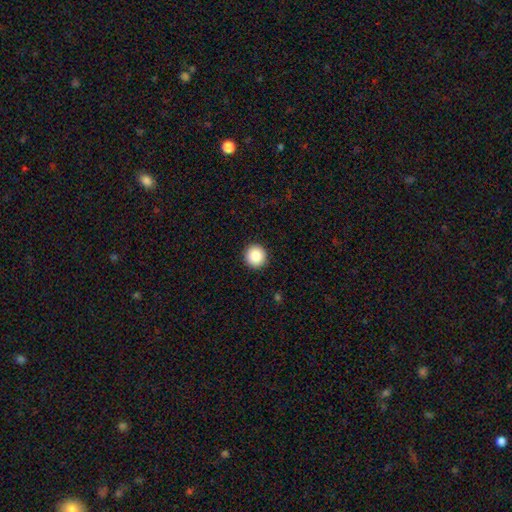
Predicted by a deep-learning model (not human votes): Morphology: type=smooth (86%); roundness=round (95%); merging=none (93%).